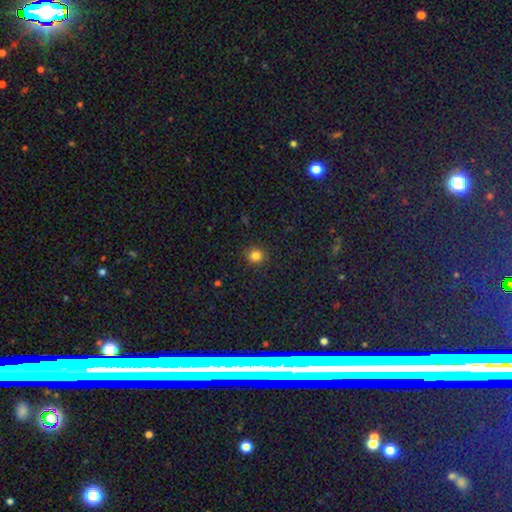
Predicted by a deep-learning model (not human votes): smooth 82%, star or artifact 13%, featured or disk 5%. Down the decision tree: how rounded — round (90%); merging — none (90%).